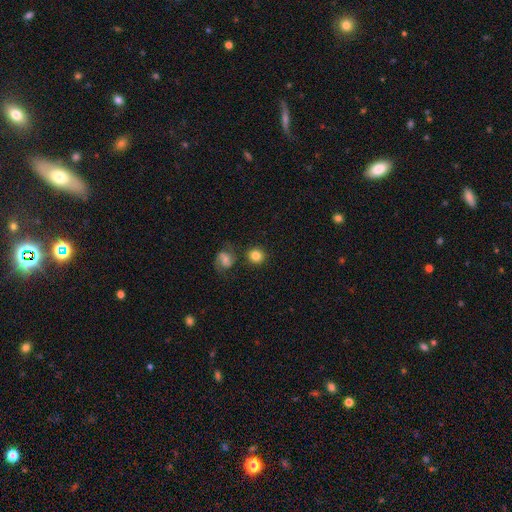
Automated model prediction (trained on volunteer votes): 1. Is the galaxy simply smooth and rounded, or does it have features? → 80% smooth, 11% featured or disk, 9% star or artifact.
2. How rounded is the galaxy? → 91% round, 8% in between, 1% cigar-shaped.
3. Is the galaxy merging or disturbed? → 81% none, 8% merger, 8% minor disturbance, 3% major disturbance.